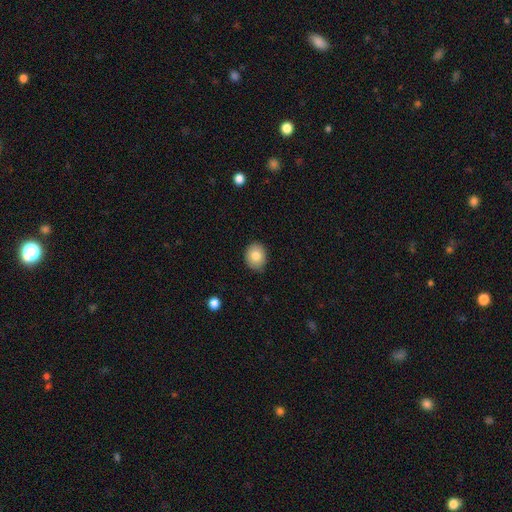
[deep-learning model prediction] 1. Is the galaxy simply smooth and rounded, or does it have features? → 81% smooth, 11% featured or disk, 8% star or artifact.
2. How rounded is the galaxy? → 52% round, 47% in between, 1% cigar-shaped.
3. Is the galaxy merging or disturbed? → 87% none, 10% minor disturbance, 2% major disturbance, 1% merger.